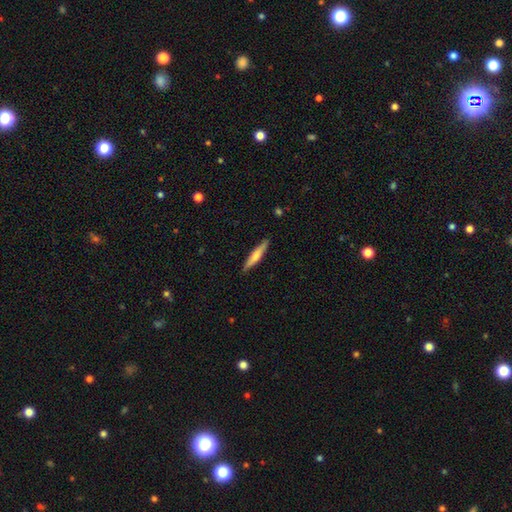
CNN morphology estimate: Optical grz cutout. It shows a smooth galaxy with no disk features (61%) that is cigar-shaped (89%). Merging: none (89%).